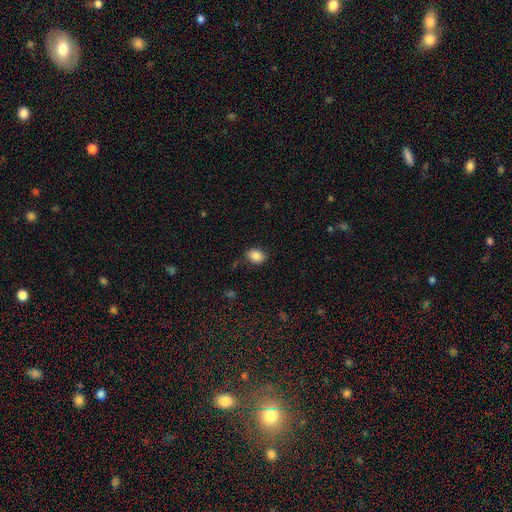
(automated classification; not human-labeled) A smooth galaxy with no disk features (86%) that is in between round and cigar-shaped (73%).

Vote fractions:
- Smooth or featured? smooth: 86% / star or artifact: 8% / featured or disk: 5%
- How rounded? in between: 73% / round: 26% / cigar-shaped: 1%
- Merging? none: 81% / minor disturbance: 14% / major disturbance: 3% / merger: 2%